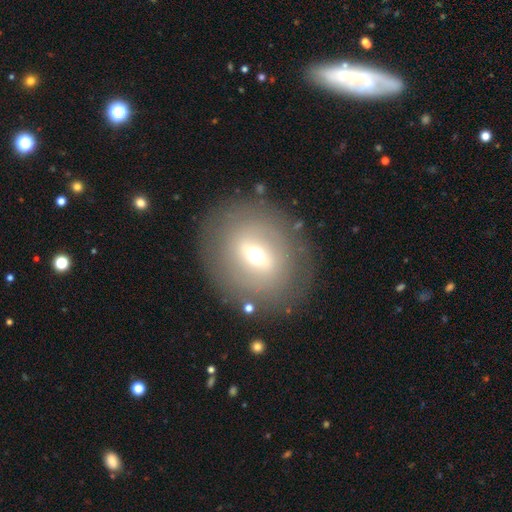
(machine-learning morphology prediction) This appears to be a featured or disk galaxy (44%). Merging: none (80%).